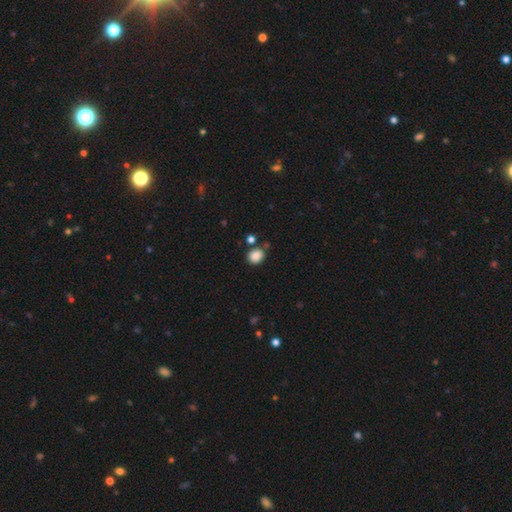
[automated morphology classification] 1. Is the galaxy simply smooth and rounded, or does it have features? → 87% smooth, 10% star or artifact, 3% featured or disk.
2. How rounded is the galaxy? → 63% round, 36% in between, 1% cigar-shaped.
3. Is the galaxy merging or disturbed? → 74% none, 13% minor disturbance, 10% merger, 4% major disturbance.